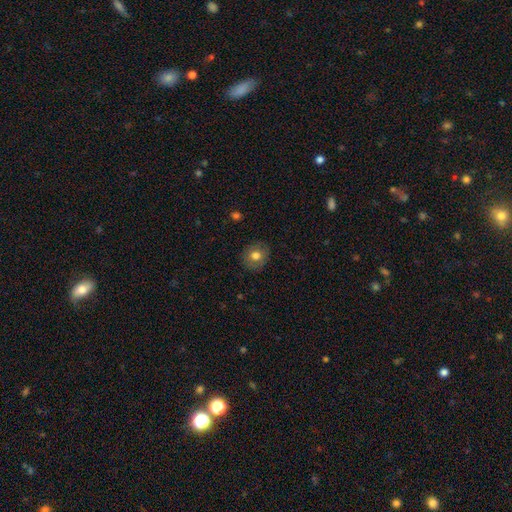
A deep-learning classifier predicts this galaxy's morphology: The model was most divided on "smooth or featured": smooth: 73%, featured or disk: 18%, star or artifact: 10%. More confident: merging — none (85%); how rounded — round (80%).